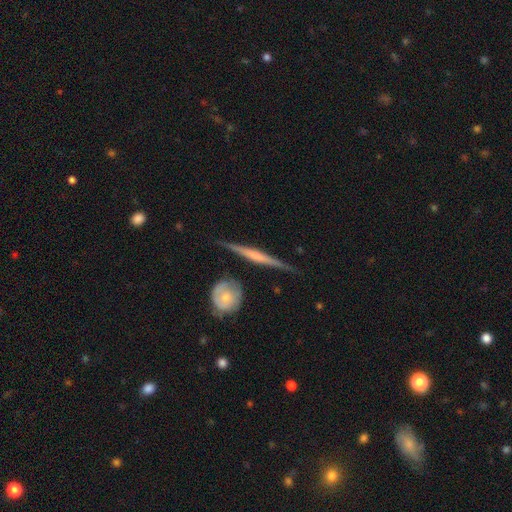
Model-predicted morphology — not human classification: The model was most divided on "edge-on bulge": rounded: 39%, none: 36%, boxy: 26%. More confident: edge-on disk — yes (97%); merging — none (81%); smooth or featured — featured or disk (74%).